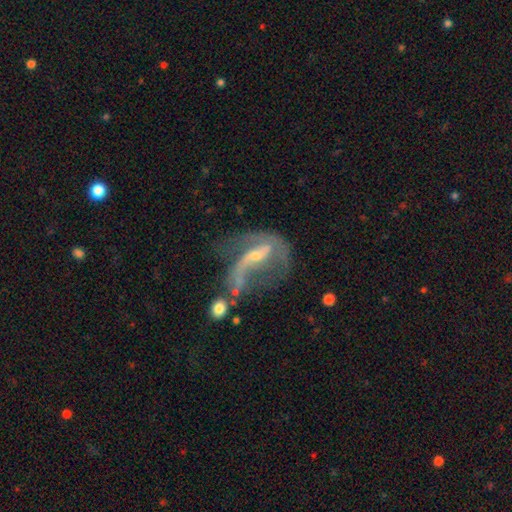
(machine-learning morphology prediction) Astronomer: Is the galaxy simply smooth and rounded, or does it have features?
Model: featured or disk — 78%.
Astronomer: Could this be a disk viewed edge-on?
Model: no — 95%.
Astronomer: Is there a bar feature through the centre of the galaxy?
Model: weak — 40% (runner-up: no, 34%).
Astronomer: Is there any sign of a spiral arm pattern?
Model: yes — 77%.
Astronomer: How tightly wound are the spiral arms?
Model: loose — 66%.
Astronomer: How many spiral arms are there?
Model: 2 — 63%.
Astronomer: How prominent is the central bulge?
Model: small — 61%.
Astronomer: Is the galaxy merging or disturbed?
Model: major disturbance — 44% (runner-up: none, 26%).